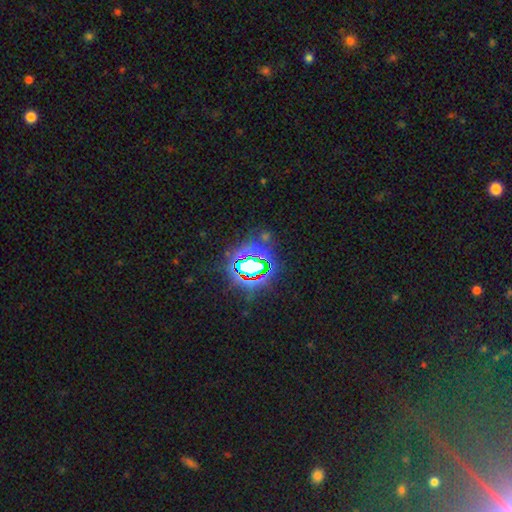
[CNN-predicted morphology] This is clearly a star or artifact rather than a galaxy (82%).